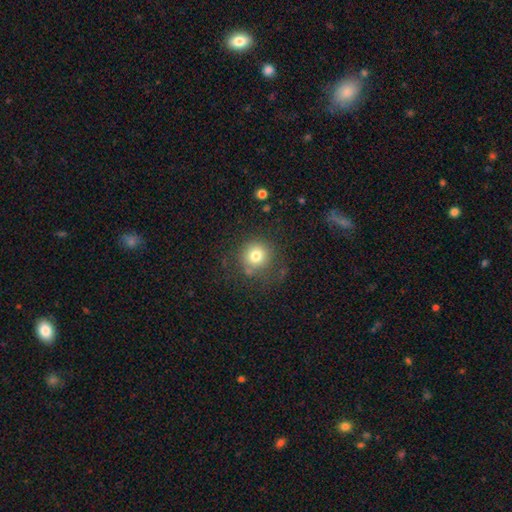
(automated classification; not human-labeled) Smooth or featured? Predicted: smooth (p=0.76). How rounded? Predicted: round (p=0.92). Merging? Predicted: none (p=0.73).